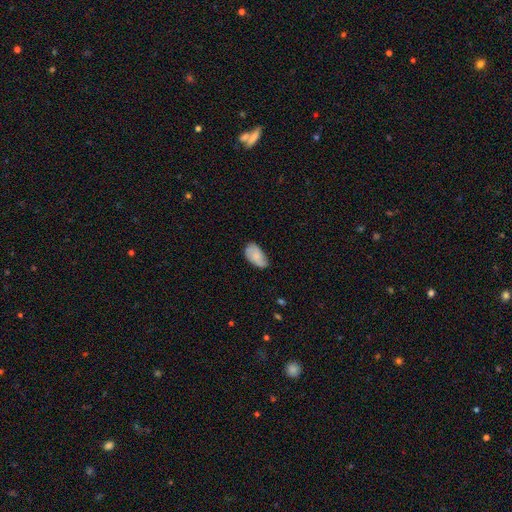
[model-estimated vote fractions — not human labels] Morphology: type=smooth (70%); roundness=in between (94%); merging=none (63%).